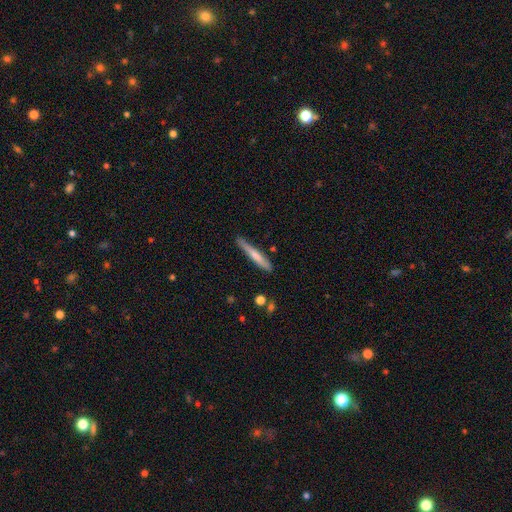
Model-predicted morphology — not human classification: type=smooth (65%); roundness=cigar-shaped (94%); merging=none (79%).